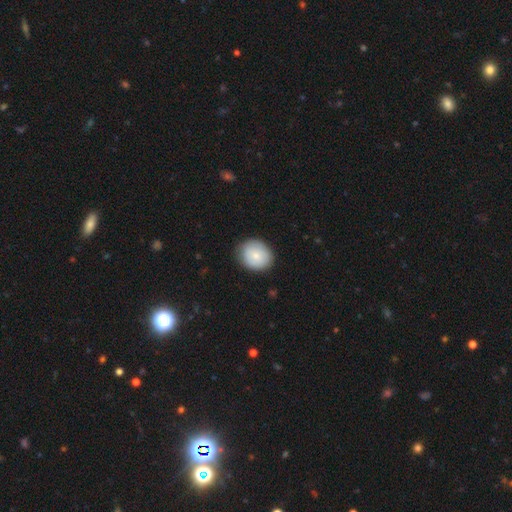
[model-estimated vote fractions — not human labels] Morphology: type=smooth (80%); roundness=round (64%); merging=none (82%).